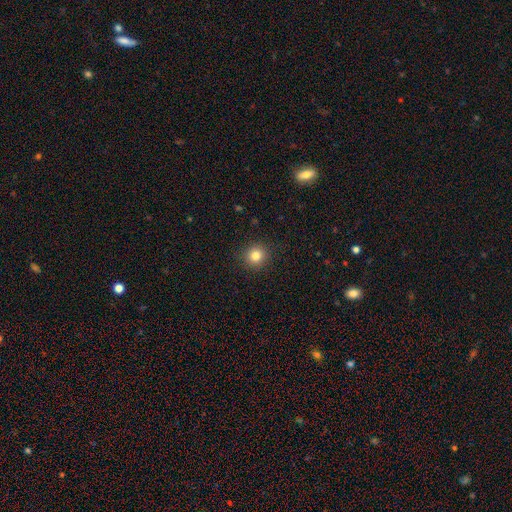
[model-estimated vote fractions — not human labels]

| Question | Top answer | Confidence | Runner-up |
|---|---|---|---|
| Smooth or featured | smooth | 82% | star or artifact (12%) |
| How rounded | round | 93% | in between (7%) |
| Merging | none | 91% | minor disturbance (6%) |